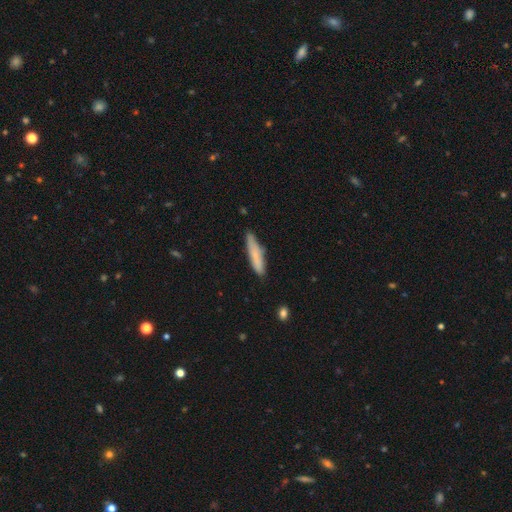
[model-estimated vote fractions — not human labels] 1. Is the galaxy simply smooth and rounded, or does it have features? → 75% smooth, 18% featured or disk, 6% star or artifact.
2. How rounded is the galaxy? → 86% cigar-shaped, 13% in between, 1% round.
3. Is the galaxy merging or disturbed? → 79% none, 16% minor disturbance, 3% major disturbance, 2% merger.